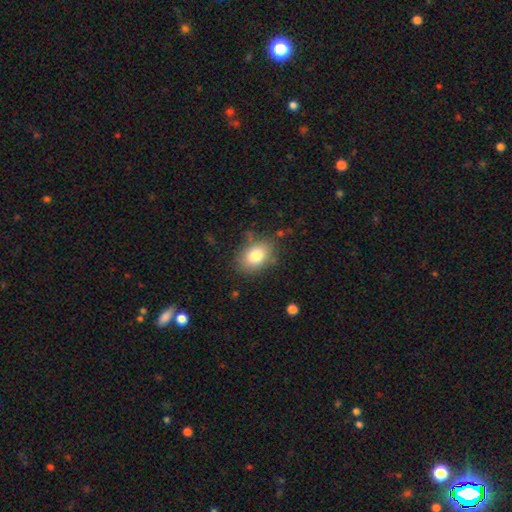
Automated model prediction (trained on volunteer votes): Smooth or featured: smooth — 80% (featured or disk — 11%)
How rounded: in between — 73% (round — 26%)
Merging: none — 78% (minor disturbance — 15%)